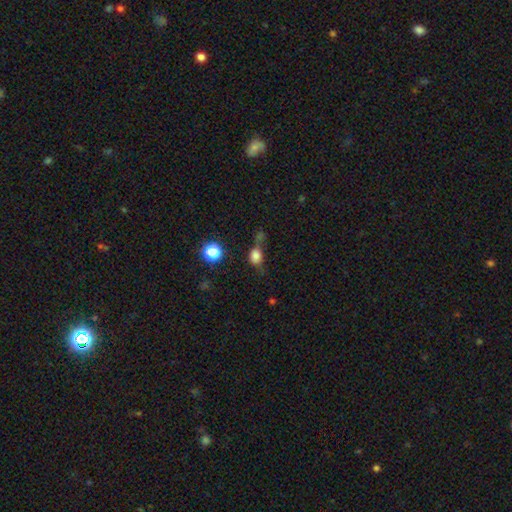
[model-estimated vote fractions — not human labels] Smooth or featured?
  - smooth: 74% *
  - star or artifact: 15%
  - featured or disk: 12%
How rounded?
  - round: 50% *
  - in between: 47%
  - cigar-shaped: 3%
Merging?
  - none: 35% *
  - minor disturbance: 23%
  - merger: 21%
  - major disturbance: 20%